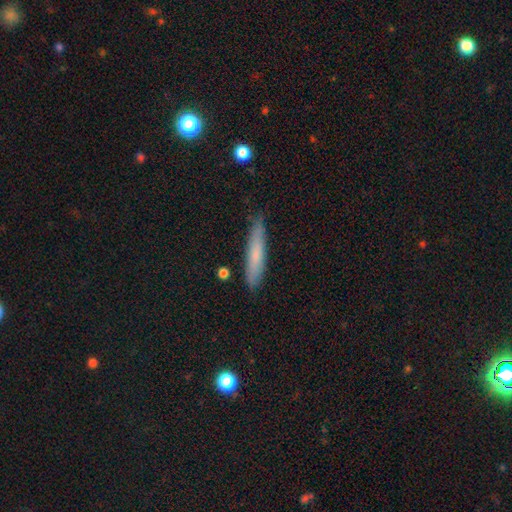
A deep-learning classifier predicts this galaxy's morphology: A smooth galaxy with no disk features (72%) that is cigar-shaped (88%). Merging: none (82%).